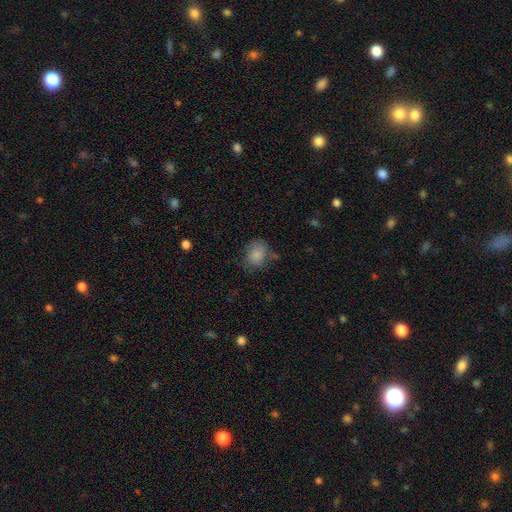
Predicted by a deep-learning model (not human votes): Morphology: type=smooth (78%); roundness=in between (51%); merging=none (68%).